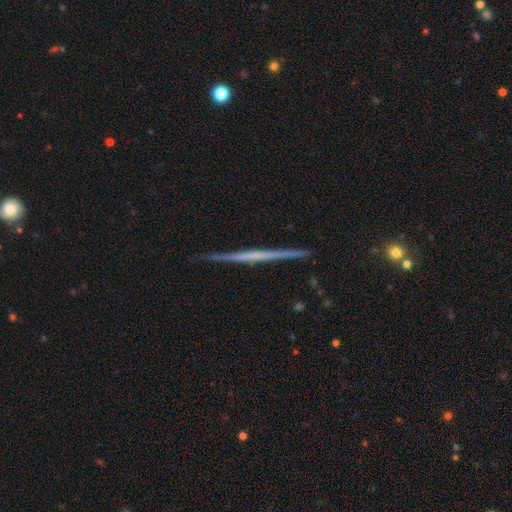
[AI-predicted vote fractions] The model was most divided on "smooth or featured": featured or disk: 72%, smooth: 22%, star or artifact: 6%. More confident: edge-on disk — yes (98%); merging — none (90%); edge-on bulge — none (83%).